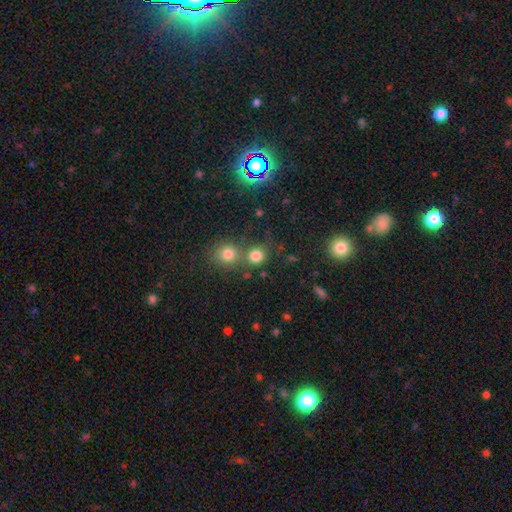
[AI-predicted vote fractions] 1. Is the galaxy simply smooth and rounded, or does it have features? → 80% smooth, 14% star or artifact, 6% featured or disk.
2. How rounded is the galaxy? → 86% round, 13% in between, 1% cigar-shaped.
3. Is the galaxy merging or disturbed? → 56% none, 32% merger, 8% minor disturbance, 4% major disturbance.